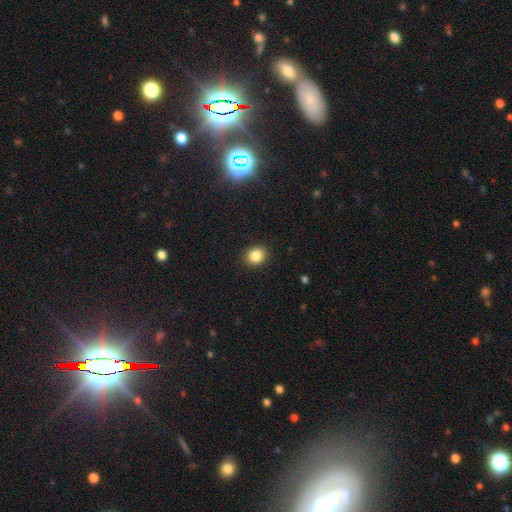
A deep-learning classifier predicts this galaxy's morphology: smooth 86%, star or artifact 10%, featured or disk 4%. Down the decision tree: how rounded — round (68%); merging — none (89%).